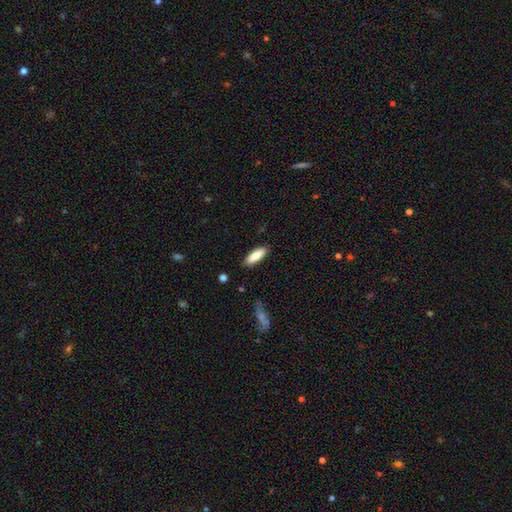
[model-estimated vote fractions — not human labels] The model was most divided on "how rounded": in between: 53%, cigar-shaped: 45%, round: 2%. More confident: merging — none (86%); smooth or featured — smooth (82%).